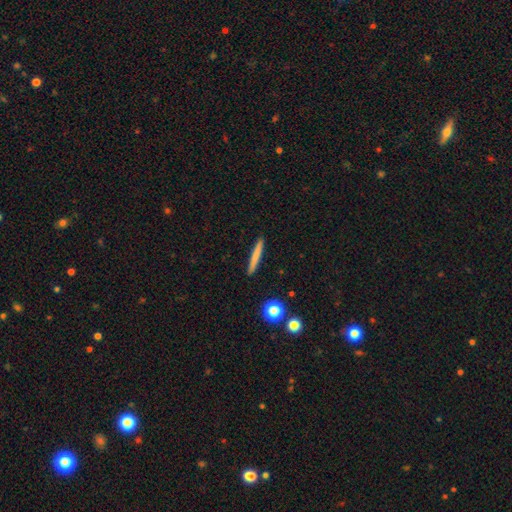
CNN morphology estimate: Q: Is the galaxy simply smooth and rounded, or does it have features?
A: smooth — 71%.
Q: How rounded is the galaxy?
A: cigar-shaped — 96%.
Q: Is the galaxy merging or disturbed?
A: none — 92%.